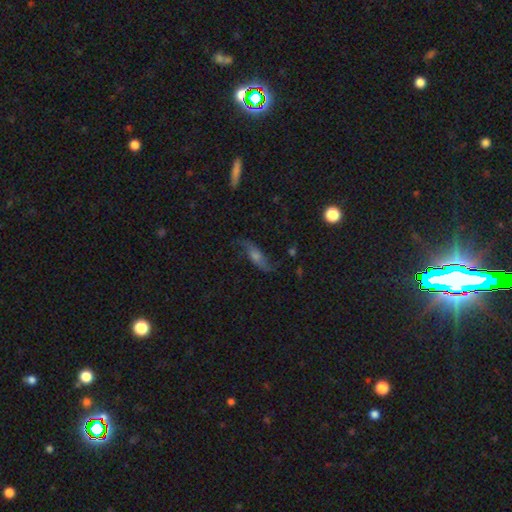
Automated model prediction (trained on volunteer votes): Smooth or featured? featured or disk (66%)
Edge-on disk? no (70%)
Merging? none (72%)